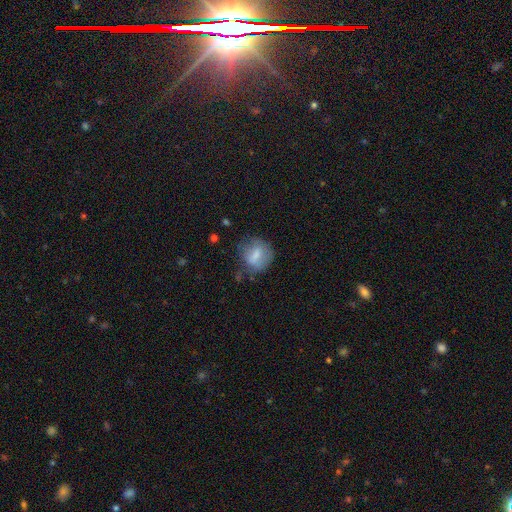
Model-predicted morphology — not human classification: The model was most divided on "merging": none: 57%, minor disturbance: 26%, major disturbance: 13%, merger: 3%. More confident: how rounded — round (70%); smooth or featured — smooth (67%).